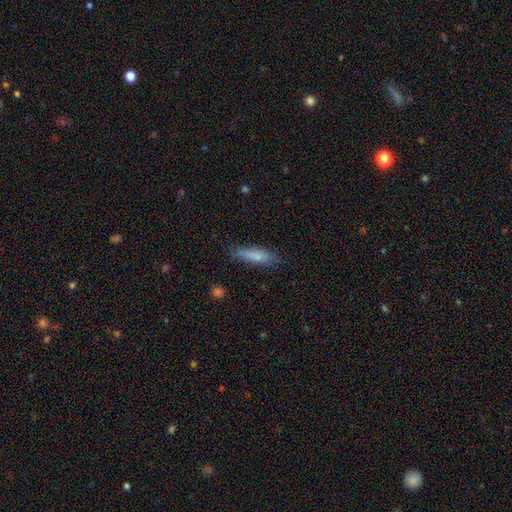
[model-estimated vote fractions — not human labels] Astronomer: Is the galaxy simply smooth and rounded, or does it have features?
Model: smooth — 72%.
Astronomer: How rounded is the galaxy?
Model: cigar-shaped — 67%.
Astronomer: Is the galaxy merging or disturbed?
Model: none — 76%.